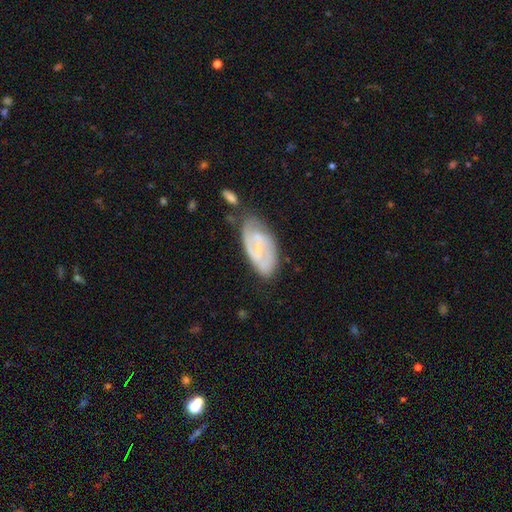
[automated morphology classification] type=featured or disk (70%); edge-on=no (95%); bar=weak (48%); spiral arms=yes (81%); winding=tight (42%); arm count=2 (59%); bulge=small (67%); merging=none (53%).